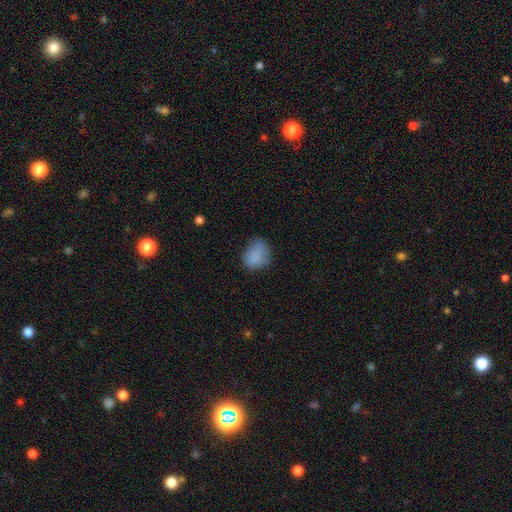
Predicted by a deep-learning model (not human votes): This is clearly a smooth galaxy (82%). How rounded: possibly in between (54%). Merging: possibly none (55%).